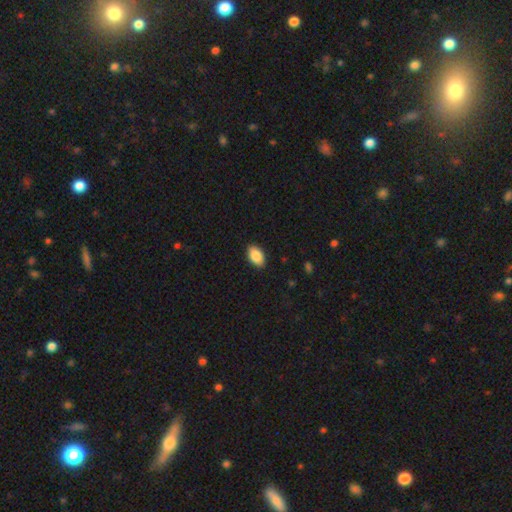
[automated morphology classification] The model was most divided on "merging": none: 89%, minor disturbance: 8%, major disturbance: 2%, merger: 1%. More confident: how rounded — in between (93%); smooth or featured — smooth (89%).